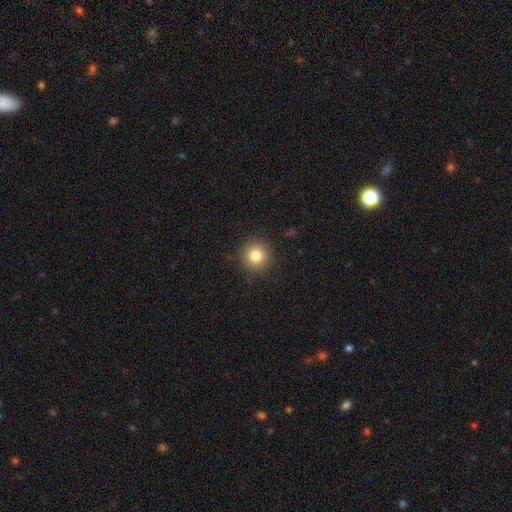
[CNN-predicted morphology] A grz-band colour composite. It shows a smooth galaxy with no disk features (82%) that is round (94%). Merging: none (91%).